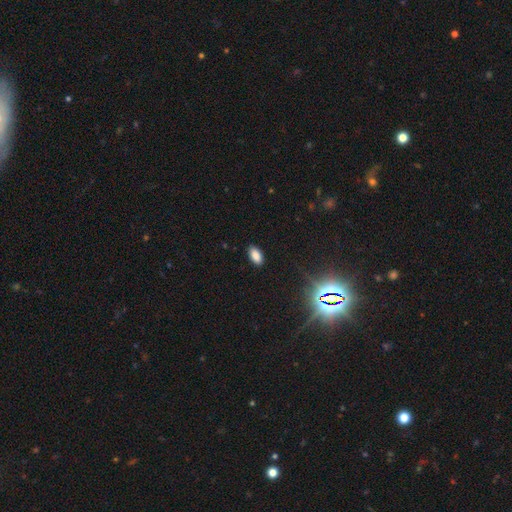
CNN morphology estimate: Smooth or featured? Predicted: smooth (p=0.83). How rounded? Predicted: in between (p=0.93). Merging? Predicted: none (p=0.88).